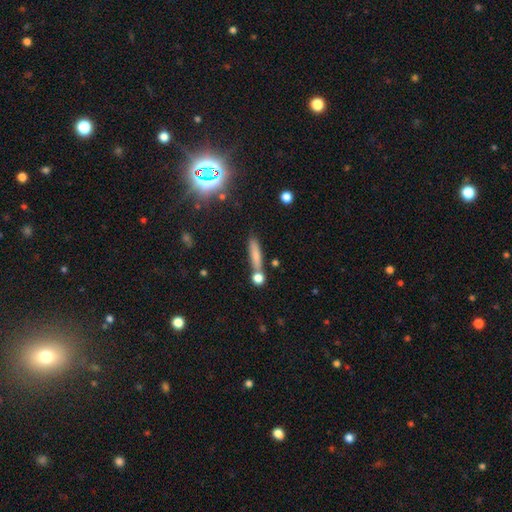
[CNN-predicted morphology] Smooth or featured?
  - smooth: 73% *
  - featured or disk: 17%
  - star or artifact: 10%
How rounded?
  - cigar-shaped: 81% *
  - in between: 14%
  - round: 4%
Merging?
  - none: 71% *
  - merger: 13%
  - minor disturbance: 12%
  - major disturbance: 4%